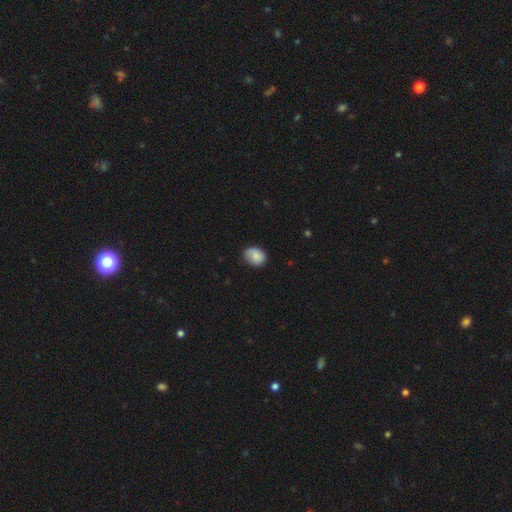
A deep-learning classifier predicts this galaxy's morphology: This appears to be a smooth galaxy with no disk features (81%) that is in between round and cigar-shaped (54%). Merging: none (72%).